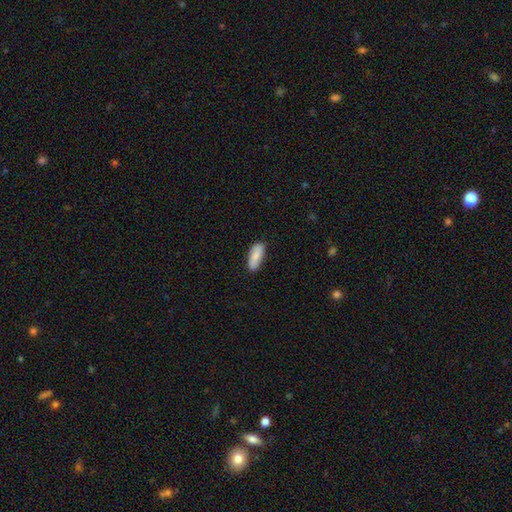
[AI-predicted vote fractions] A smooth galaxy with no disk features (80%) that is in between round and cigar-shaped (79%). Merging: none (83%).